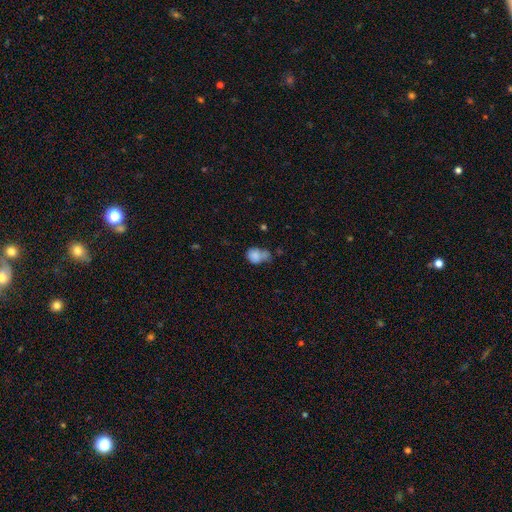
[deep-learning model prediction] Morphology: type=smooth (80%); roundness=round (51%); merging=none (33%).